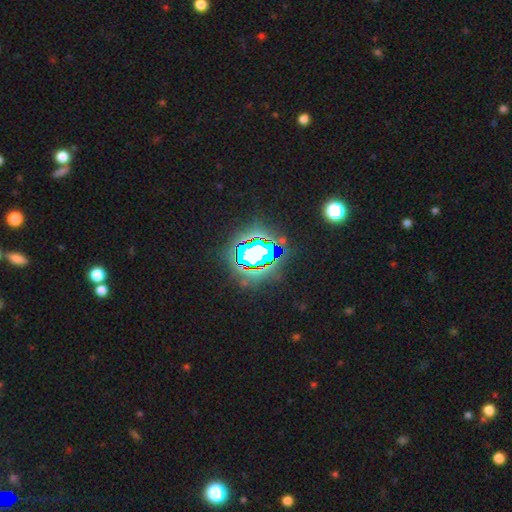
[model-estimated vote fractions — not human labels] Smooth or featured? Predicted: star or artifact (p=0.74).